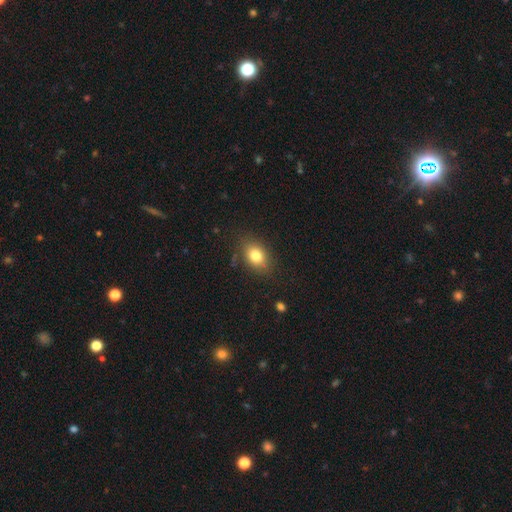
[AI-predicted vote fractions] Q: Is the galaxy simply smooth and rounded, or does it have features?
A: smooth — 79%.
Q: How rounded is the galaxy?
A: in between — 69%.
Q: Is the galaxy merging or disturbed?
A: none — 81%.